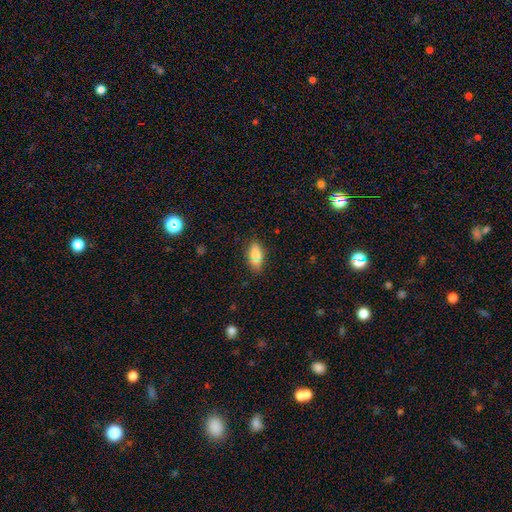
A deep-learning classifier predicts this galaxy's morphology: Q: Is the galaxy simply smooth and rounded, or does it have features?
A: smooth — 78%.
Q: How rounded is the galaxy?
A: in between — 81%.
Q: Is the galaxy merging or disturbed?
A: none — 81%.